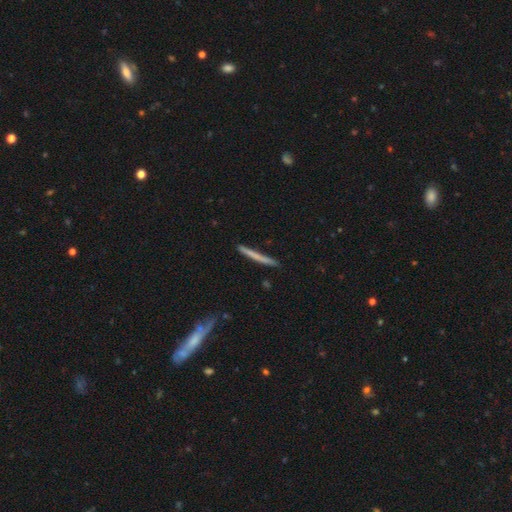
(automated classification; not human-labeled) Overall: smooth (62%; featured or disk 32%). How rounded: cigar-shaped (97%). Merging: none (87%).